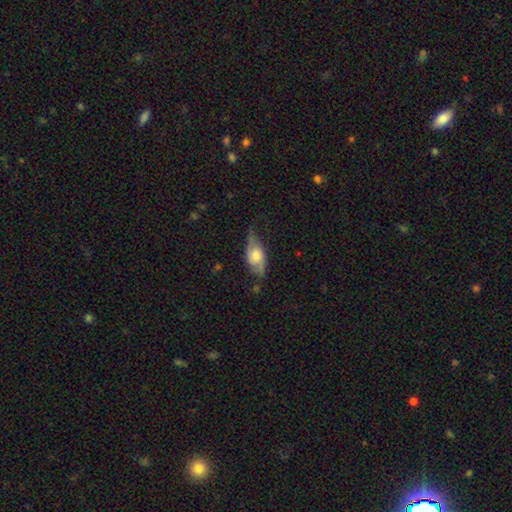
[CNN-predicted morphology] Smooth or featured?
  - featured or disk: 50% *
  - smooth: 44%
  - star or artifact: 7%
Merging?
  - none: 60% *
  - minor disturbance: 29%
  - major disturbance: 9%
  - merger: 2%